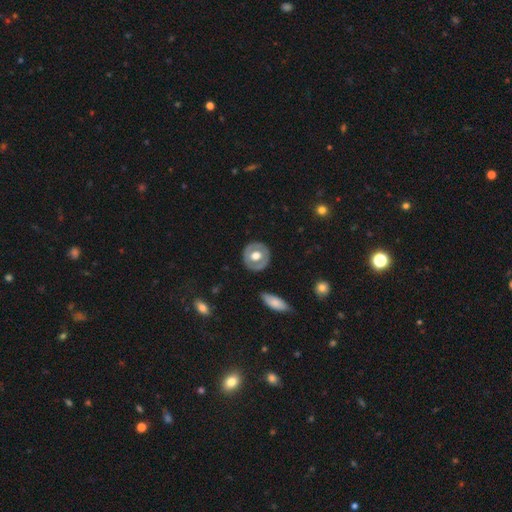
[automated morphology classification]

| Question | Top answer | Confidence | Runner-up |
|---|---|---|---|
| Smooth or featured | featured or disk | 48% | smooth (46%) |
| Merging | none | 85% | minor disturbance (10%) |